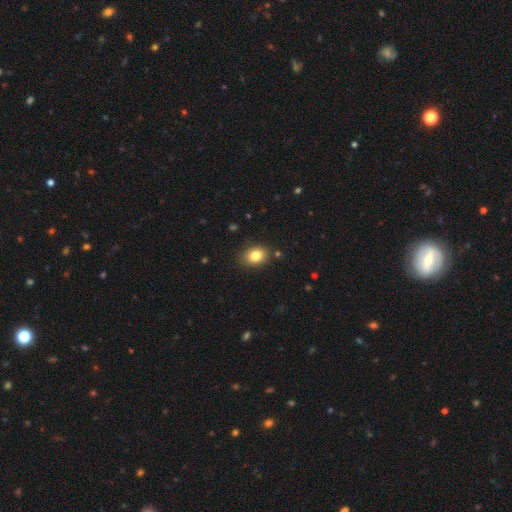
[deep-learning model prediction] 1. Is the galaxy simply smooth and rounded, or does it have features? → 83% smooth, 9% star or artifact, 8% featured or disk.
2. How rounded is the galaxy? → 67% in between, 32% round, 1% cigar-shaped.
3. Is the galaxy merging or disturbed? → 85% none, 11% minor disturbance, 3% major disturbance, 2% merger.